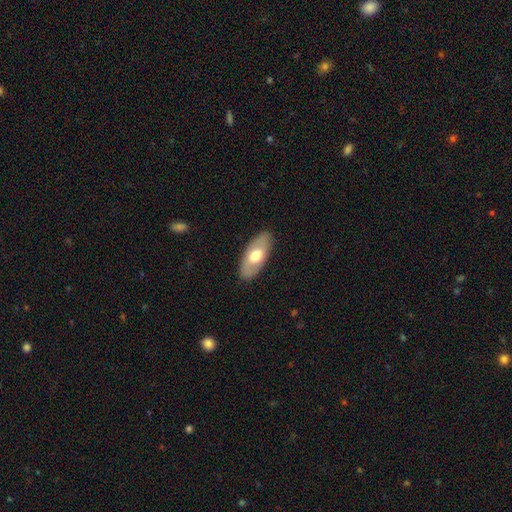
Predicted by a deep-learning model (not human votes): smooth 57%, featured or disk 38%, star or artifact 5%. Down the decision tree: how rounded — in between (89%); merging — none (86%).